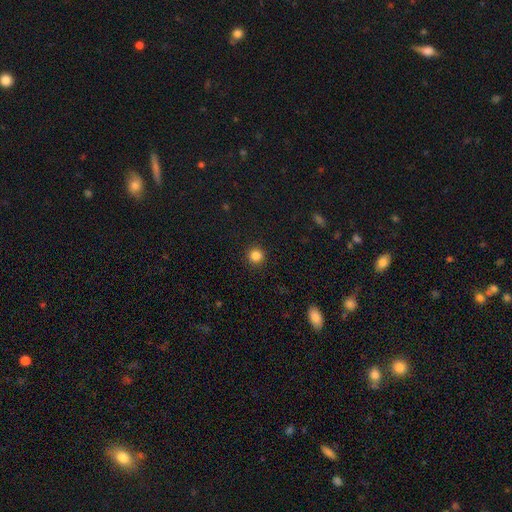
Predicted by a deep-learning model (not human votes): Smooth or featured? Predicted: smooth (p=0.85). How rounded? Predicted: round (p=0.95). Merging? Predicted: none (p=0.92).